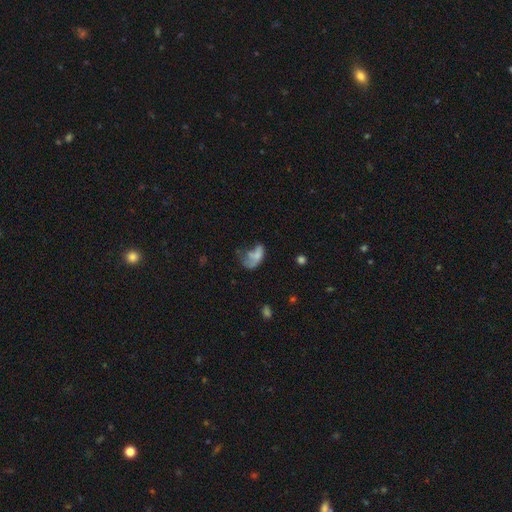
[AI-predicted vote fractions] Smooth or featured?
  - smooth: 59% *
  - featured or disk: 28%
  - star or artifact: 12%
How rounded?
  - in between: 88% *
  - round: 8%
  - cigar-shaped: 4%
Merging?
  - major disturbance: 39% *
  - none: 22%
  - minor disturbance: 22%
  - merger: 17%